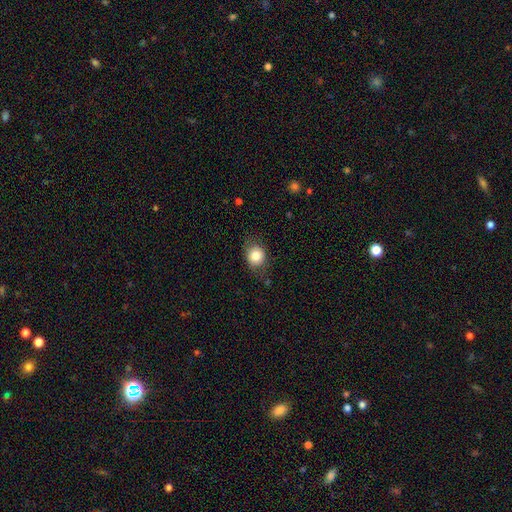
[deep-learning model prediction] Overall: smooth (81%). How rounded: round (60%; in between 39%). Merging: none (74%).